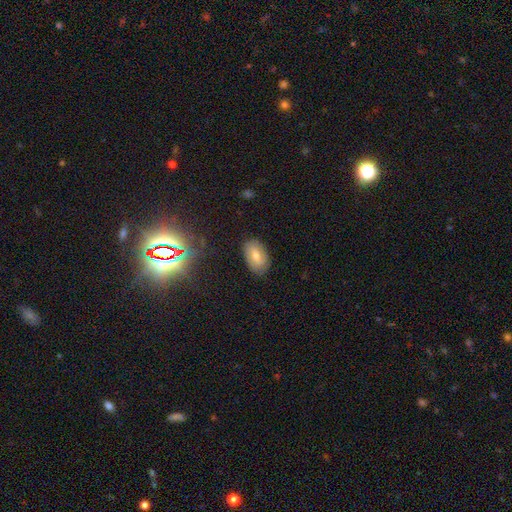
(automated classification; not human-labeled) Smooth or featured? smooth (57%)
How rounded? in between (92%)
Merging? none (83%)